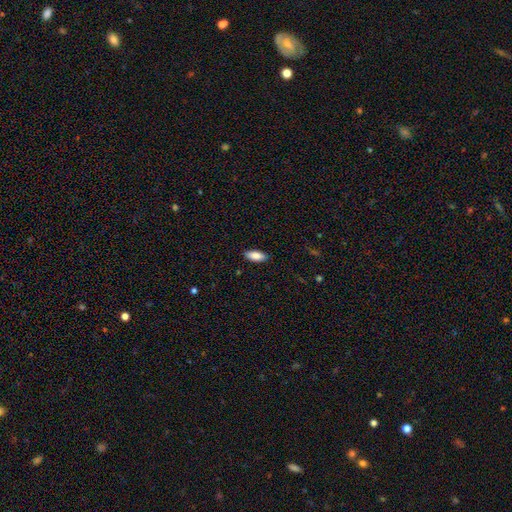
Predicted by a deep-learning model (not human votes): Q: Smooth or featured?
A: smooth (86%); runner-up: featured or disk (7%)
Q: How rounded?
A: in between (81%); runner-up: cigar-shaped (17%)
Q: Merging?
A: none (89%); runner-up: minor disturbance (8%)